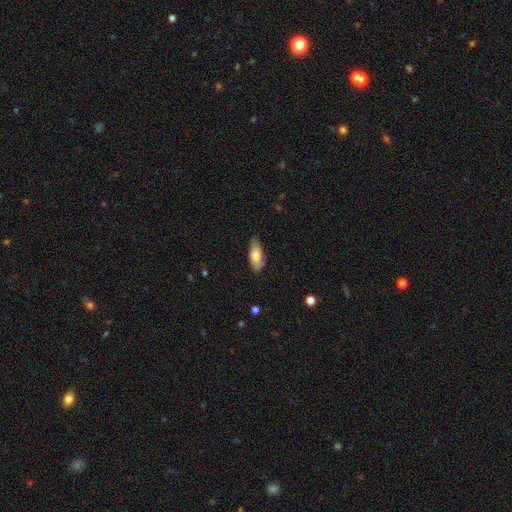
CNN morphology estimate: A smooth galaxy with no disk features (72%) that is in between round and cigar-shaped (81%).

Vote fractions:
- Smooth or featured? smooth: 72% / featured or disk: 21% / star or artifact: 6%
- How rounded? in between: 81% / cigar-shaped: 16% / round: 2%
- Merging? none: 75% / minor disturbance: 20% / major disturbance: 3% / merger: 1%